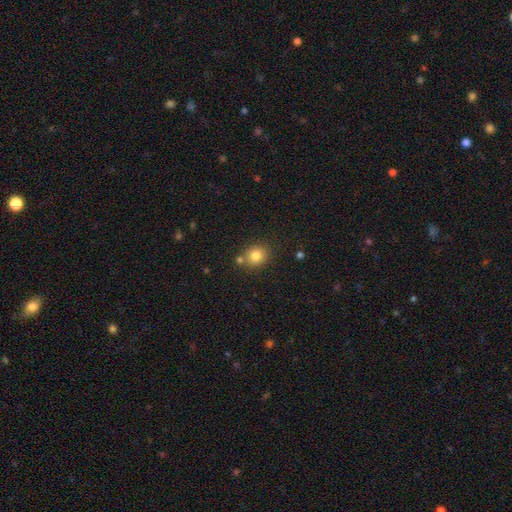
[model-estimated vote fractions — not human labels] A smooth galaxy with no disk features (81%) that is round (77%). Merging: none (74%).